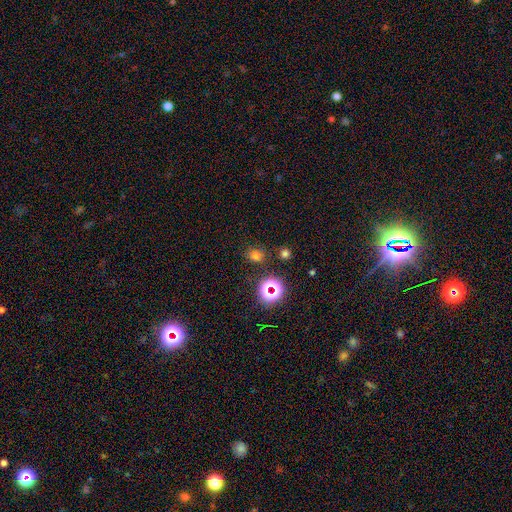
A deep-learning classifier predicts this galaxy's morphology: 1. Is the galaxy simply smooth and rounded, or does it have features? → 68% smooth, 26% star or artifact, 6% featured or disk.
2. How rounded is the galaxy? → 73% round, 26% in between, 1% cigar-shaped.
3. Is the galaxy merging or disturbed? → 82% none, 10% minor disturbance, 4% merger, 4% major disturbance.